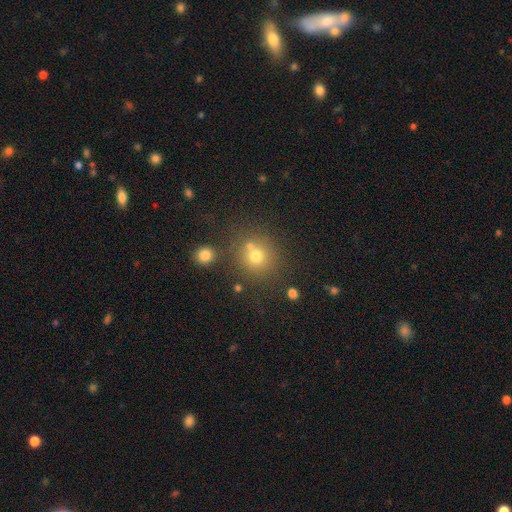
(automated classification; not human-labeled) Q: Smooth or featured?
A: smooth (70%); runner-up: star or artifact (18%)
Q: How rounded?
A: round (89%); runner-up: in between (10%)
Q: Merging?
A: none (67%); runner-up: merger (20%)